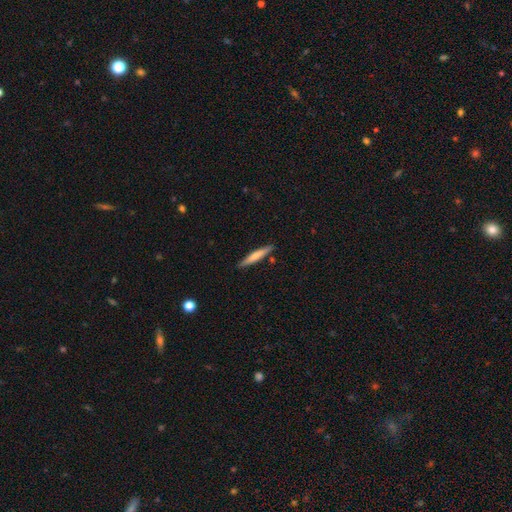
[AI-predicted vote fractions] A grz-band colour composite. It shows a smooth galaxy with no disk features (61%) that is cigar-shaped (94%). Merging: none (87%).